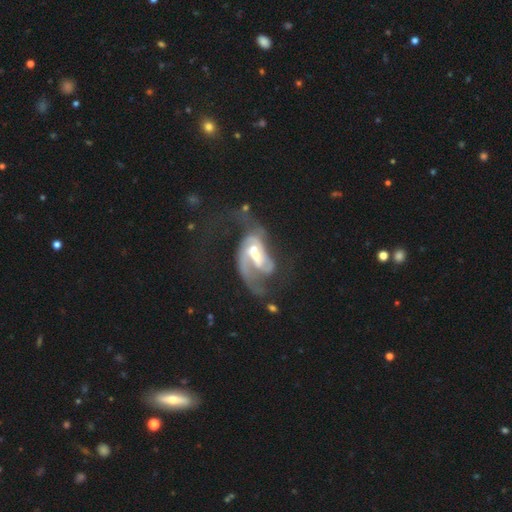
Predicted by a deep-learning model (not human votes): Smooth or featured: featured or disk — 84% (smooth — 10%)
Edge-on disk: no — 97% (yes — 3%)
Bar: weak — 42% (no — 30%)
Spiral arms: yes — 89% (no — 11%)
Spiral winding: medium — 43% (loose — 35%)
Spiral arm count: 2 — 56% (1 — 22%)
Bulge size: moderate — 49% (small — 36%)
Merging: major disturbance — 40% (merger — 26%)